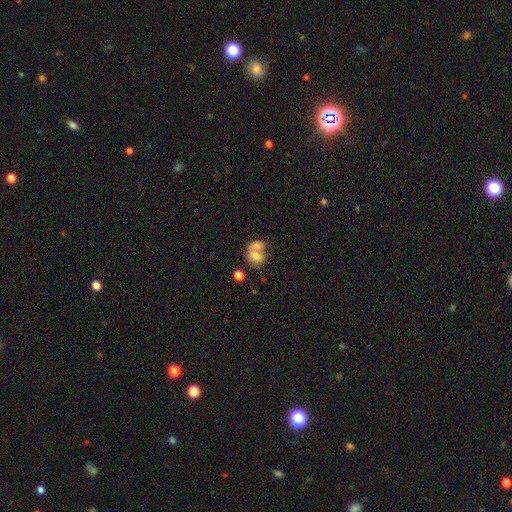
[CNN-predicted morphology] Overall: smooth (71%). How rounded: in between (54%; round 45%). Merging: merger (66%).